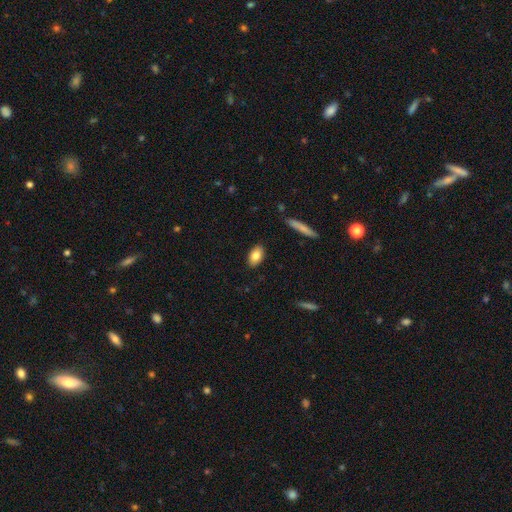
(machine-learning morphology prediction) A smooth galaxy with no disk features (82%) that is in between round and cigar-shaped (90%). Merging: none (88%).